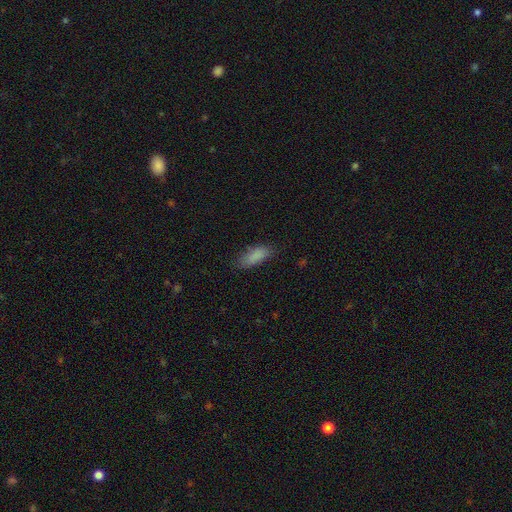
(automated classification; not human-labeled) smooth_or_featured: smooth (p=0.85) [alt: star or artifact p=0.08]
how_rounded: in between (p=0.74) [alt: cigar-shaped p=0.24]
merging: none (p=0.71) [alt: minor disturbance p=0.22]